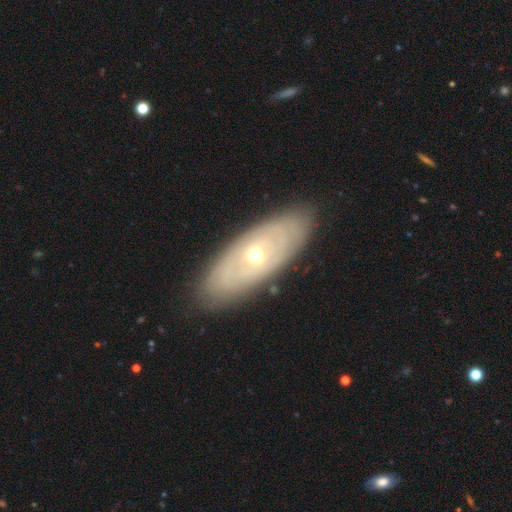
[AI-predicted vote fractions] This is likely a featured or disk galaxy (68%). It is clearly not viewed edge-on (80%). Bar: clearly no (87%). Spiral arm pattern: likely no (66%). Central bulge: likely moderate (66%). Merging: clearly none (87%).